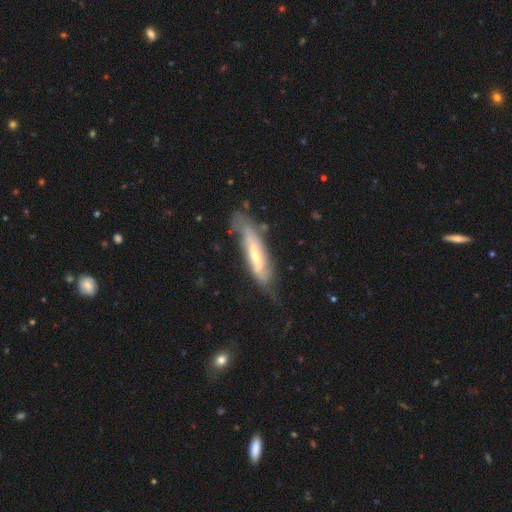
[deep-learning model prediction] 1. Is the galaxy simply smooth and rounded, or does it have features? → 63% featured or disk, 31% smooth, 6% star or artifact.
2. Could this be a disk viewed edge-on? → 53% no, 47% yes.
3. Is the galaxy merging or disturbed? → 54% none, 28% minor disturbance, 15% major disturbance, 3% merger.